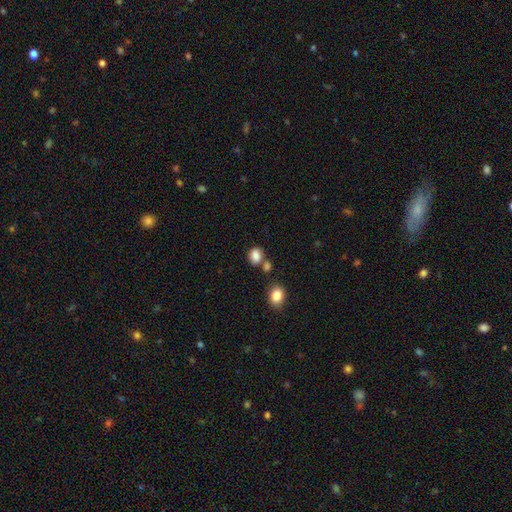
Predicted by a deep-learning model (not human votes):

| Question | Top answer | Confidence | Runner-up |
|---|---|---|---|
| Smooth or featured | smooth | 85% | star or artifact (10%) |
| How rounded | in between | 54% | round (45%) |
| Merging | none | 63% | merger (19%) |